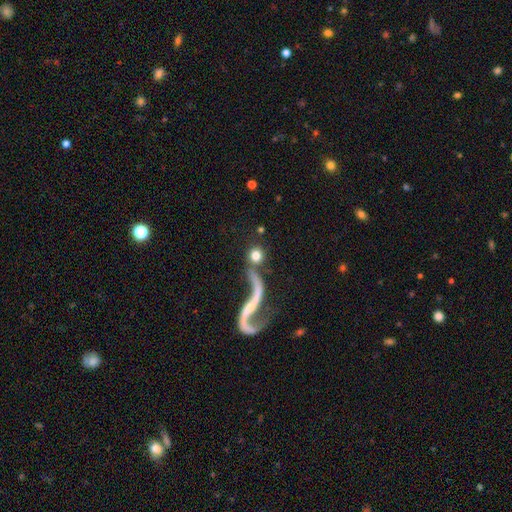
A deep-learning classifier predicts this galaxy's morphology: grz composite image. It shows a smooth galaxy with no disk features (65%) that is round (88%). Merging: none (62%).